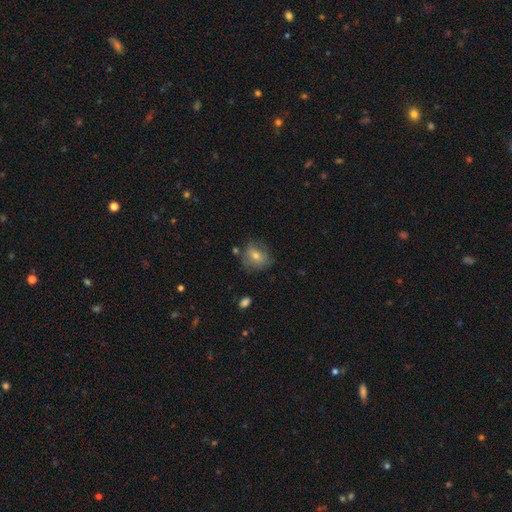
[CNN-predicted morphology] A smooth galaxy with no disk features (65%) that is round (55%). Merging: none (62%).